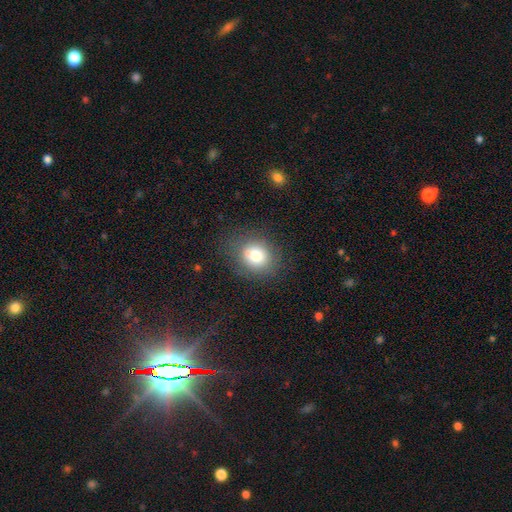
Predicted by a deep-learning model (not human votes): smooth 74%, featured or disk 14%, star or artifact 12%. Down the decision tree: how rounded — round (72%); merging — none (69%).